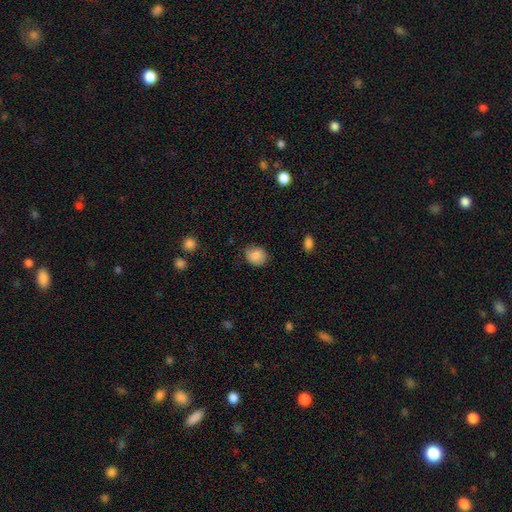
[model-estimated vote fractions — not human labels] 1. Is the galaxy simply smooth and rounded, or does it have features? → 85% smooth, 8% star or artifact, 7% featured or disk.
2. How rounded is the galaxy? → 69% round, 30% in between, 1% cigar-shaped.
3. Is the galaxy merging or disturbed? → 74% none, 21% minor disturbance, 4% major disturbance, 1% merger.